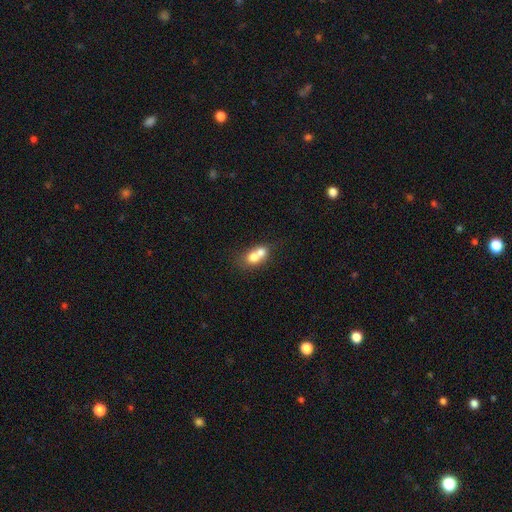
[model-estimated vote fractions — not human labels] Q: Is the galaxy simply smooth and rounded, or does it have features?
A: smooth — 67%.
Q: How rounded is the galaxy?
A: round — 53%.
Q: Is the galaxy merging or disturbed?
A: merger — 70%.